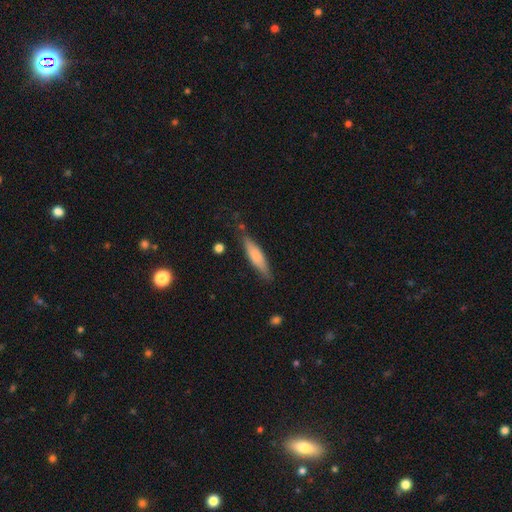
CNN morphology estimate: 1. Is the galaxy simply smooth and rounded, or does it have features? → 69% smooth, 24% featured or disk, 6% star or artifact.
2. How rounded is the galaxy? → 77% cigar-shaped, 21% in between, 2% round.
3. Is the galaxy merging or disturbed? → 78% none, 16% minor disturbance, 4% major disturbance, 3% merger.